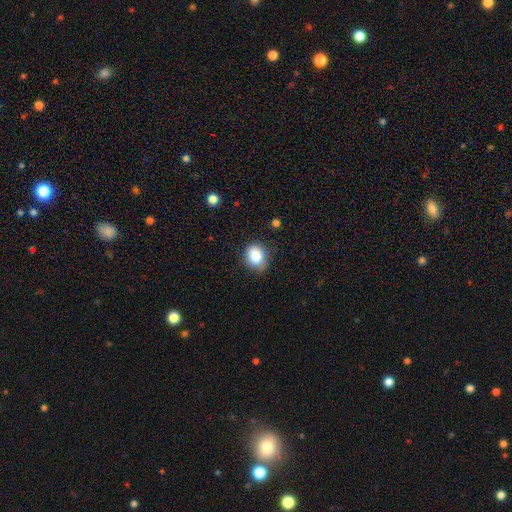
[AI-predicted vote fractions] The model was most divided on "how rounded": round: 52%, in between: 47%, cigar-shaped: 1%. More confident: smooth or featured — smooth (85%); merging — none (73%).